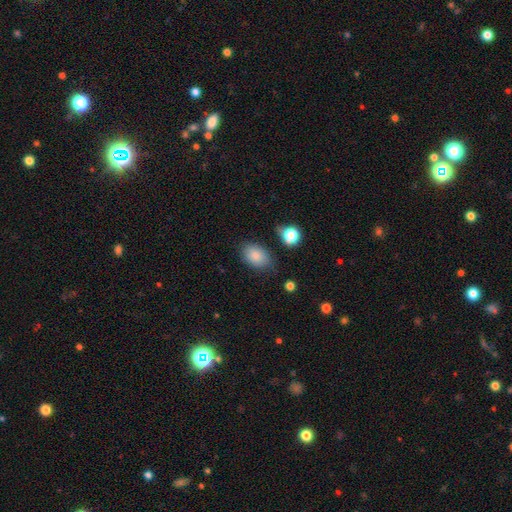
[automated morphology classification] smooth 85%, star or artifact 8%, featured or disk 7%. Down the decision tree: how rounded — in between (86%); merging — none (75%).